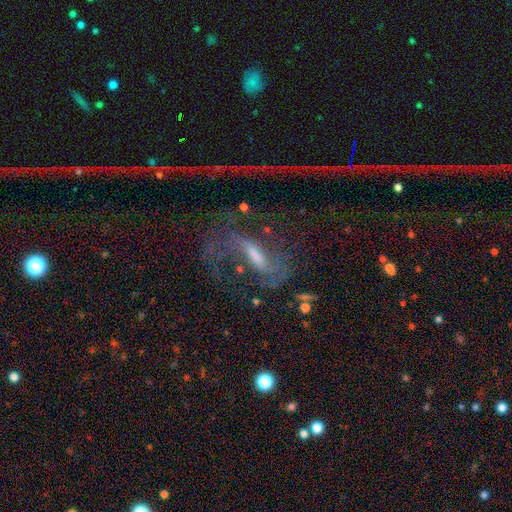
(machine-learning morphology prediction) This appears to be a featured or disk galaxy (75%) with a strong bar (49%), 2 (68%) loose (58%) spiral arms (84%) and a moderate central bulge (41%). Merging: none (41%).